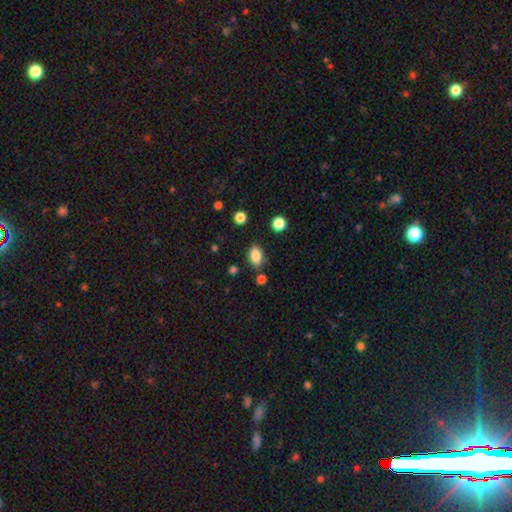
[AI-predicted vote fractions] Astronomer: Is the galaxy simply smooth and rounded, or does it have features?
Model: smooth — 84%.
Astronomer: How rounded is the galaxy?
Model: in between — 86%.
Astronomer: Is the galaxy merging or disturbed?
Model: none — 78%.